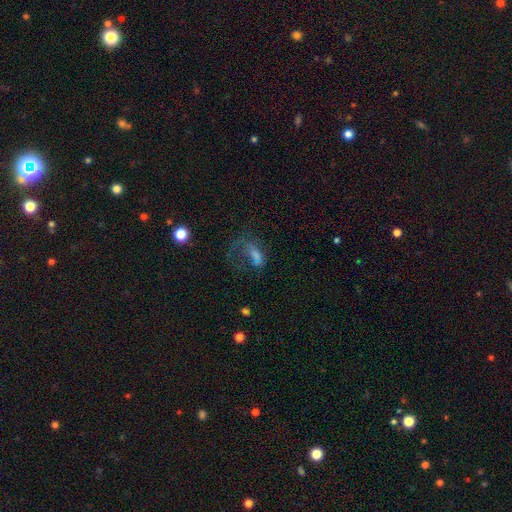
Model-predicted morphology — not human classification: smooth-or-featured: smooth: 41% | featured or disk: 40% | star or artifact: 19%
  merging: major disturbance: 47% | none: 30% | minor disturbance: 17% | merger: 5%